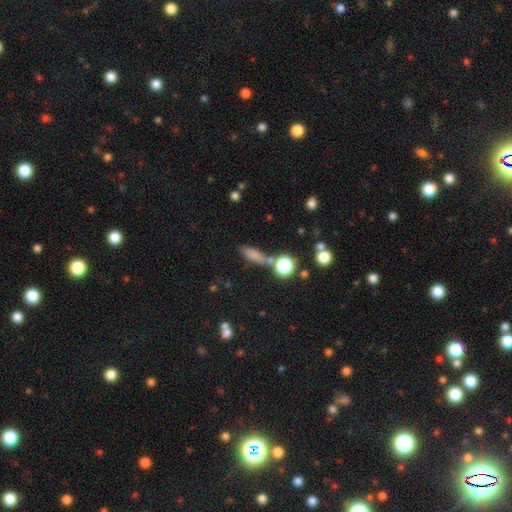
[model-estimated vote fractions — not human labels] Smooth or featured?
  - smooth: 71% *
  - star or artifact: 16%
  - featured or disk: 12%
How rounded?
  - in between: 44% * (tied)
  - cigar-shaped: 44% * (tied)
  - round: 12%
Merging?
  - none: 67% *
  - minor disturbance: 14%
  - merger: 13%
  - major disturbance: 5%